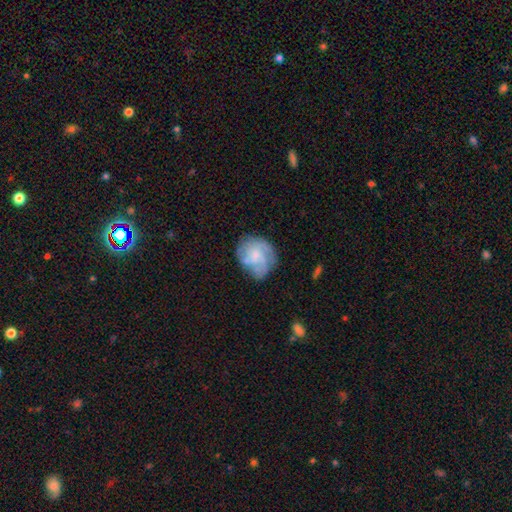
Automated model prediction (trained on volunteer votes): Smooth or featured?
  - featured or disk: 57% *
  - smooth: 36%
  - star or artifact: 8%
Edge-on disk?
  - no: 98% *
  - yes: 2%
Bar?
  - no: 75% *
  - weak: 22%
  - strong: 3%
Spiral arms?
  - yes: 72% *
  - no: 28%
Bulge size?
  - small: 42% *
  - moderate: 31%
  - none: 22%
  - large: 4%
  - dominant: 1%
Merging?
  - none: 58% *
  - minor disturbance: 25%
  - major disturbance: 13%
  - merger: 4%